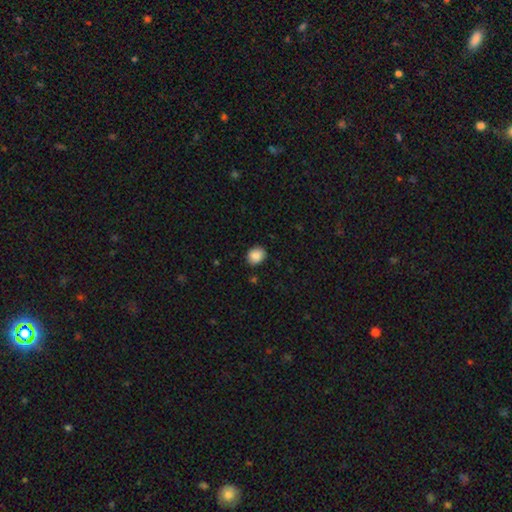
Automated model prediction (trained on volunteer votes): Smooth or featured? Predicted: smooth (p=0.88). How rounded? Predicted: round (p=0.64). Merging? Predicted: none (p=0.86).